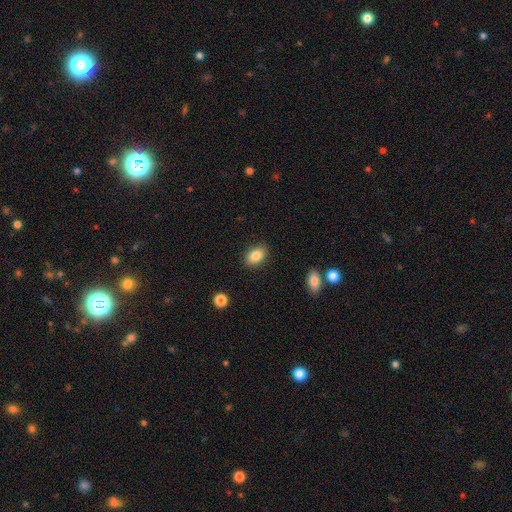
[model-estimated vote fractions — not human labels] Q: Smooth or featured?
A: smooth (85%); runner-up: star or artifact (8%)
Q: How rounded?
A: in between (85%); runner-up: round (13%)
Q: Merging?
A: none (87%); runner-up: minor disturbance (9%)